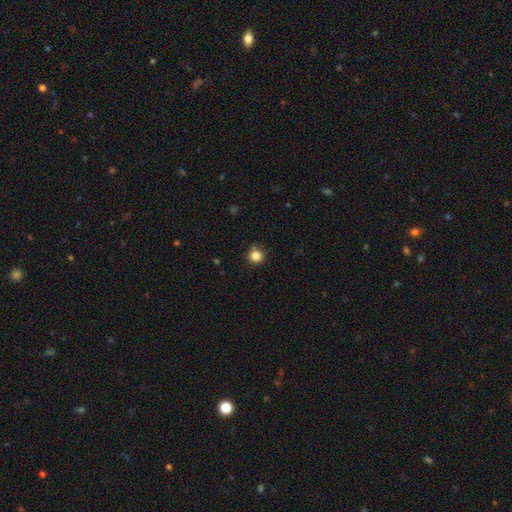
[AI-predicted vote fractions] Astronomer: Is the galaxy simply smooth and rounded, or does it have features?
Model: smooth — 84%.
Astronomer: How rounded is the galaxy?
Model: round — 94%.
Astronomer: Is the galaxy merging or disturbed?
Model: none — 87%.